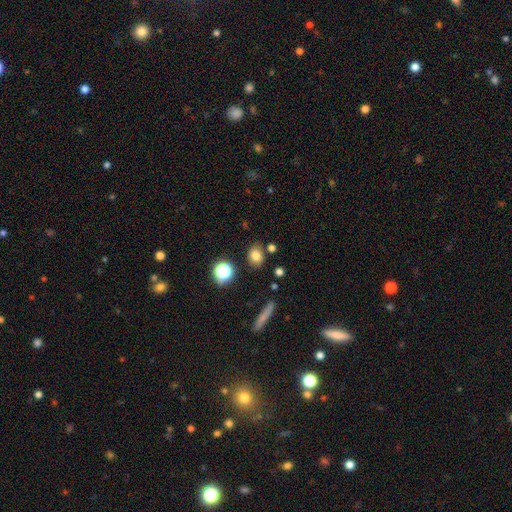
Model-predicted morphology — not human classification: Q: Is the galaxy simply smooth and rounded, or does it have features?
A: smooth — 78%.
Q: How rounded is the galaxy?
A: in between — 51%.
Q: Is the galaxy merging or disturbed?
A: none — 80%.